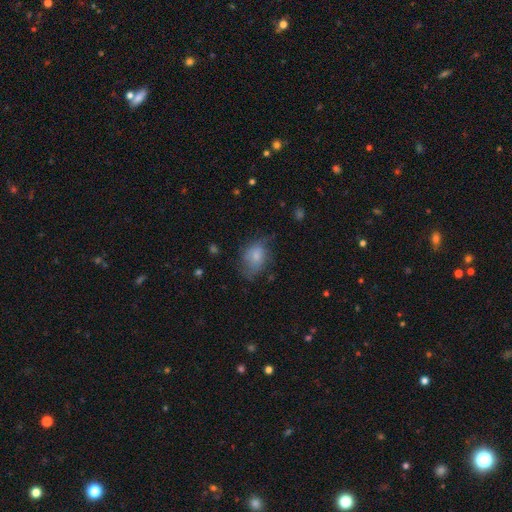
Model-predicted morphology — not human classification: Smooth or featured? Predicted: smooth (p=0.67). How rounded? Predicted: in between (p=0.71). Merging? Predicted: none (p=0.47).